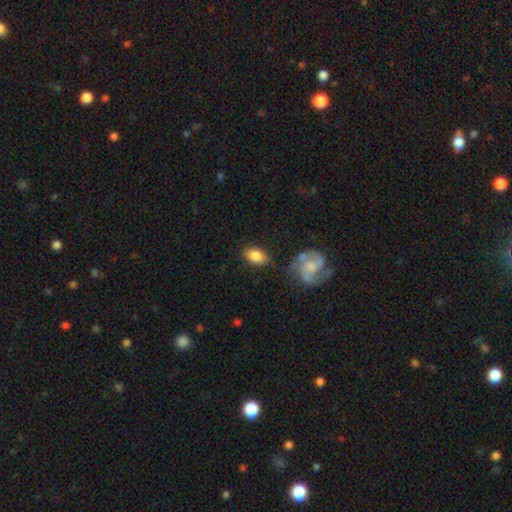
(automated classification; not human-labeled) Morphology: type=smooth (80%); roundness=in between (86%); merging=none (78%).